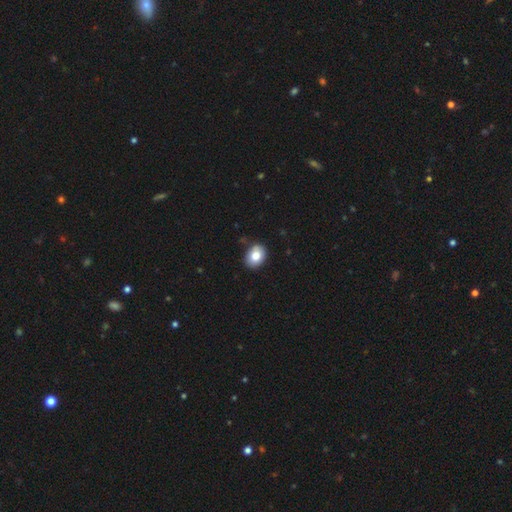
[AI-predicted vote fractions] smooth_or_featured: smooth (p=0.80) [alt: featured or disk p=0.12]
how_rounded: in between (p=0.62) [alt: round p=0.37]
merging: none (p=0.81) [alt: minor disturbance p=0.14]